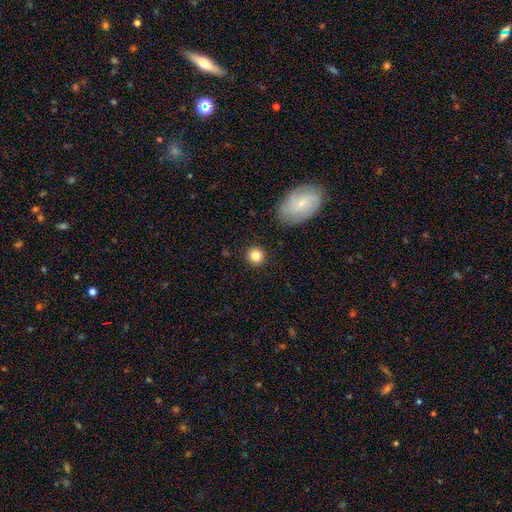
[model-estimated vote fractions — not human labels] Smooth or featured: smooth — 83% (star or artifact — 10%)
How rounded: round — 93% (in between — 6%)
Merging: none — 90% (minor disturbance — 6%)